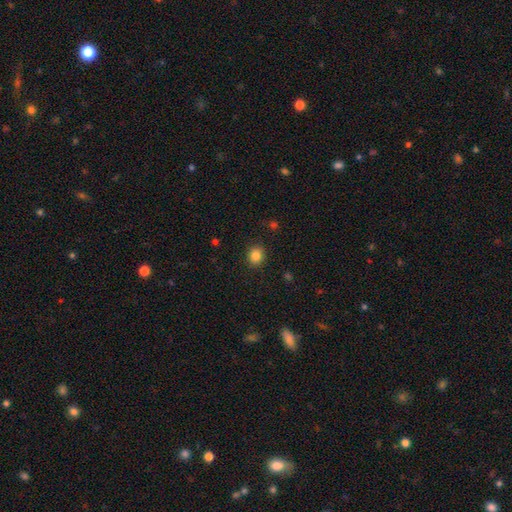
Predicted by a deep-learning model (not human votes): Q: Smooth or featured?
A: smooth (85%); runner-up: star or artifact (11%)
Q: How rounded?
A: round (75%); runner-up: in between (24%)
Q: Merging?
A: none (89%); runner-up: minor disturbance (7%)